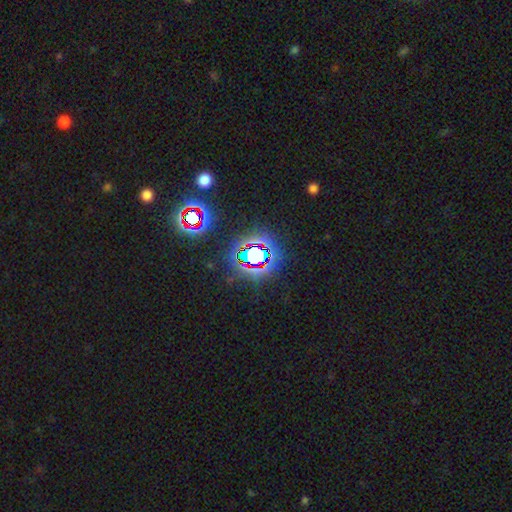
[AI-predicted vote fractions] The model was most divided on "smooth or featured": star or artifact: 71%, smooth: 17%, featured or disk: 11%.